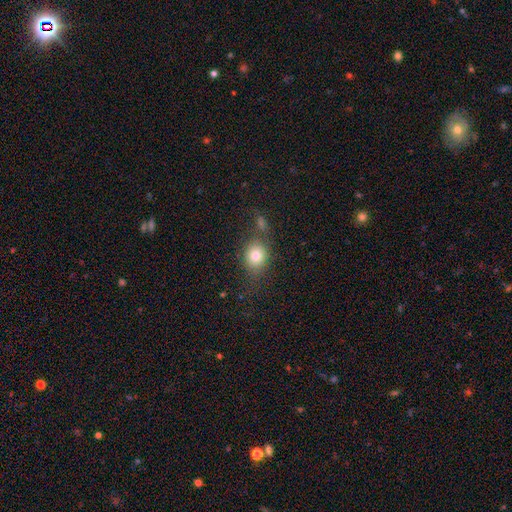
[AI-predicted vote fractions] Smooth or featured: smooth — 77% (featured or disk — 12%)
How rounded: round — 57% (in between — 41%)
Merging: none — 62% (minor disturbance — 18%)